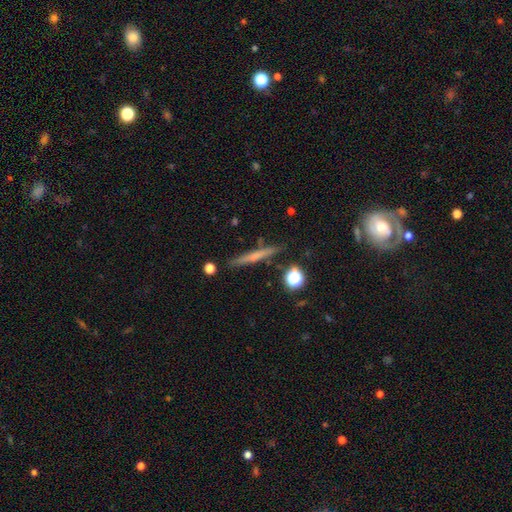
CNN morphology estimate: This appears to be a smooth galaxy with no disk features (48%). Merging: none (87%).